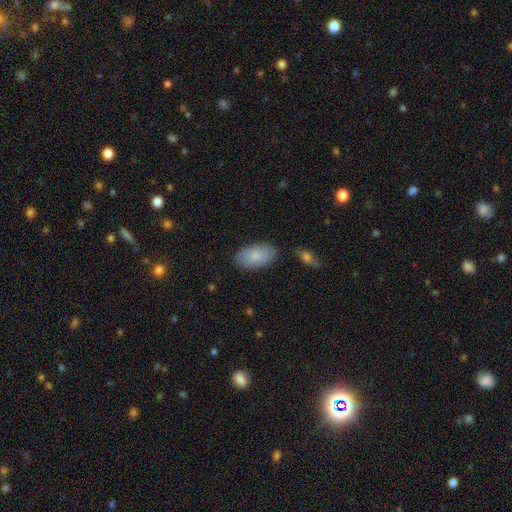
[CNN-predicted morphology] A smooth galaxy with no disk features (85%) that is in between round and cigar-shaped (95%). Merging: none (82%).